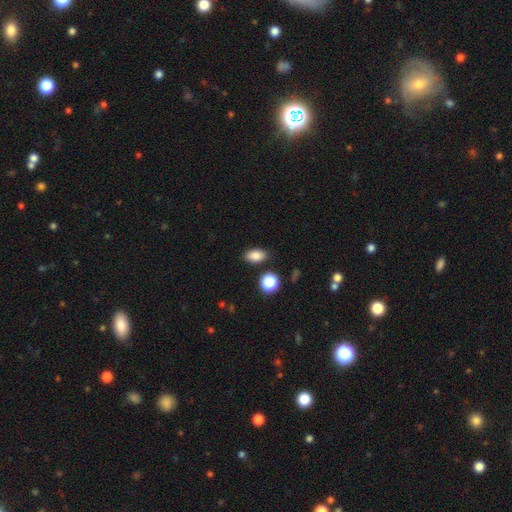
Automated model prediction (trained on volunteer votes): Smooth or featured? Predicted: smooth (p=0.85). How rounded? Predicted: in between (p=0.86). Merging? Predicted: none (p=0.83).